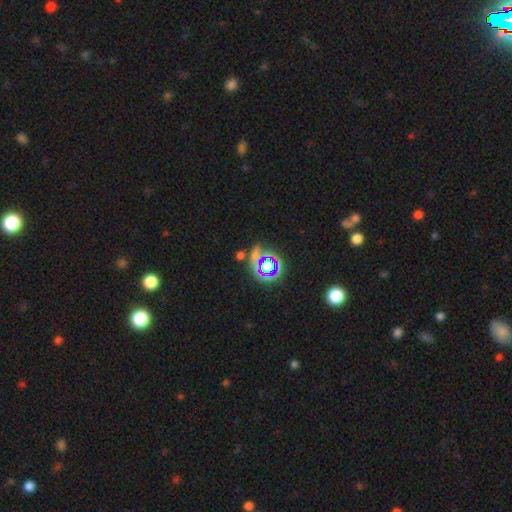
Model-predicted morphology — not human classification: A star or artifact, not a galaxy (61%).

Vote fractions:
- Smooth or featured? star or artifact: 61% / smooth: 26% / featured or disk: 13%